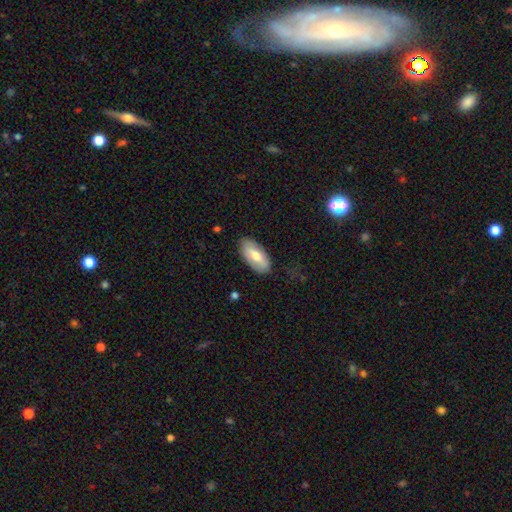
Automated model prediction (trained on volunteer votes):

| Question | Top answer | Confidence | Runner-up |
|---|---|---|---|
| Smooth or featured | smooth | 62% | featured or disk (32%) |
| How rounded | in between | 93% | cigar-shaped (5%) |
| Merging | none | 82% | minor disturbance (13%) |